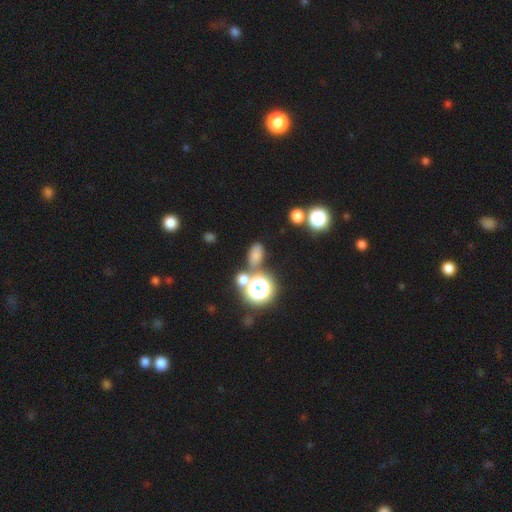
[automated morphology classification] The model was most divided on "smooth or featured": smooth: 67%, star or artifact: 24%, featured or disk: 9%. More confident: how rounded — in between (72%); merging — none (65%).